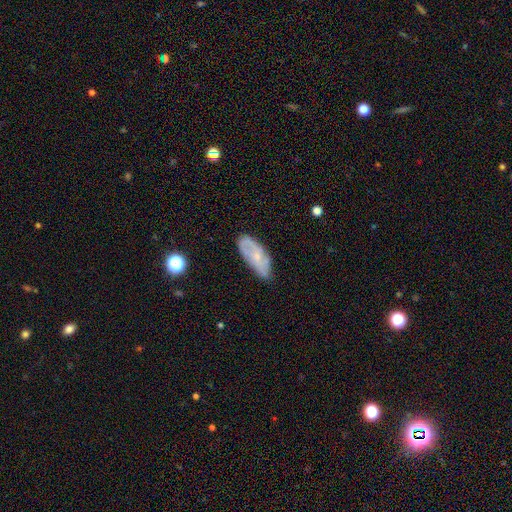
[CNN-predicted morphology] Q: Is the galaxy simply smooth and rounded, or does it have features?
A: featured or disk — 53%.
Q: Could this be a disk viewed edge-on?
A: no — 87%.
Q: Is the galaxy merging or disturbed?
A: none — 63%.